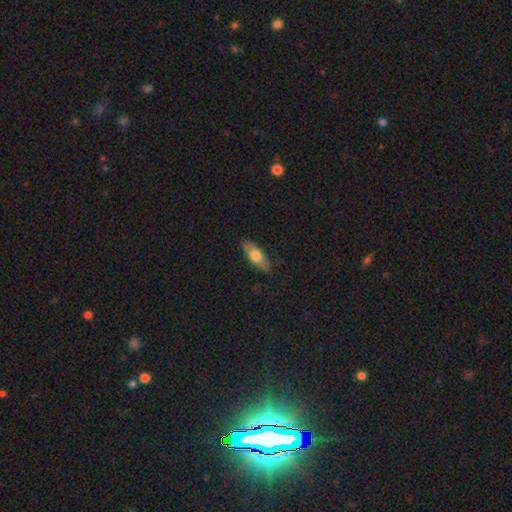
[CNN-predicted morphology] Q: Smooth or featured?
A: smooth (64%); runner-up: featured or disk (31%)
Q: How rounded?
A: in between (70%); runner-up: cigar-shaped (27%)
Q: Merging?
A: none (85%); runner-up: minor disturbance (12%)